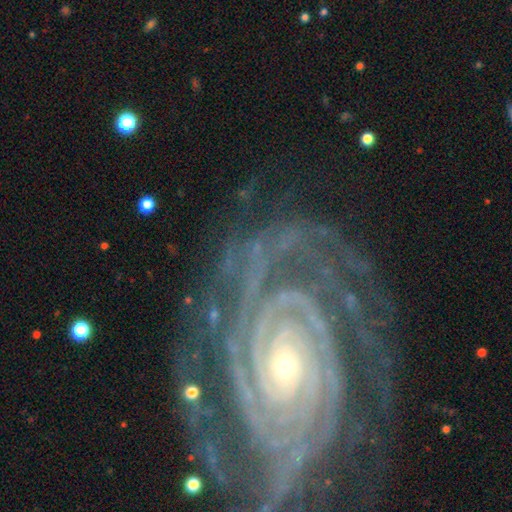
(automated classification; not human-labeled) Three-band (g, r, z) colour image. It shows a featured or disk galaxy (90%) with no bar (68%), 2 (28%) tight (82%) spiral arms (98%) and a small central bulge (76%). Merging: none (69%).